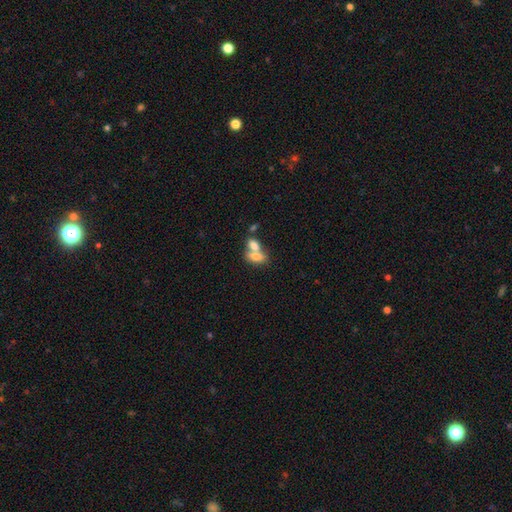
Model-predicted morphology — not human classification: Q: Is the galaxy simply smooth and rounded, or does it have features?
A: smooth — 75%.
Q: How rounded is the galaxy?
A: in between — 84%.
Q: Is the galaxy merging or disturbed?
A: merger — 64%.